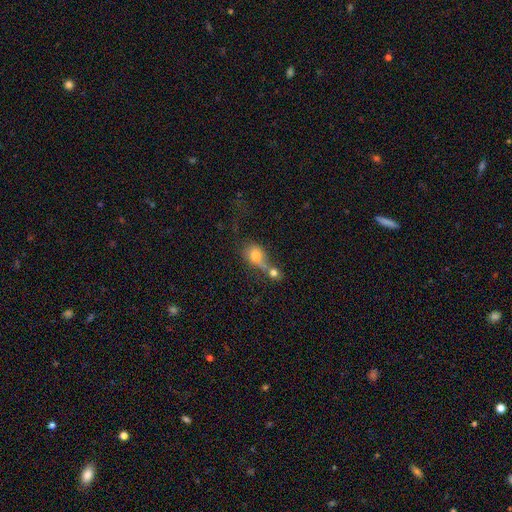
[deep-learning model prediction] This is likely a smooth galaxy (70%). How rounded: possibly round (49%). Merging: possibly merger (55%).